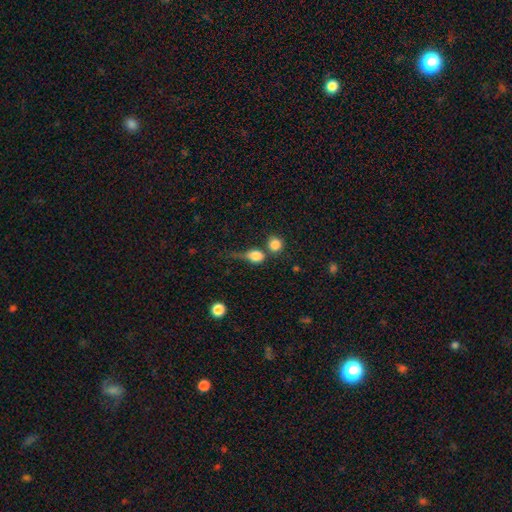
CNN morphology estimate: A smooth galaxy with no disk features (80%) that is round (53%).

Vote fractions:
- Smooth or featured? smooth: 80% / star or artifact: 10% / featured or disk: 10%
- How rounded? round: 53% / in between: 43% / cigar-shaped: 4%
- Merging? none: 33% / merger: 32% / minor disturbance: 19% / major disturbance: 15%